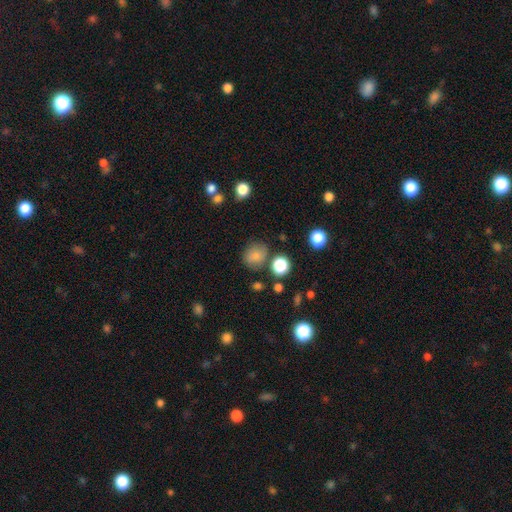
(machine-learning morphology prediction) smooth 79%, star or artifact 13%, featured or disk 8%. Down the decision tree: how rounded — round (71%); merging — none (75%).